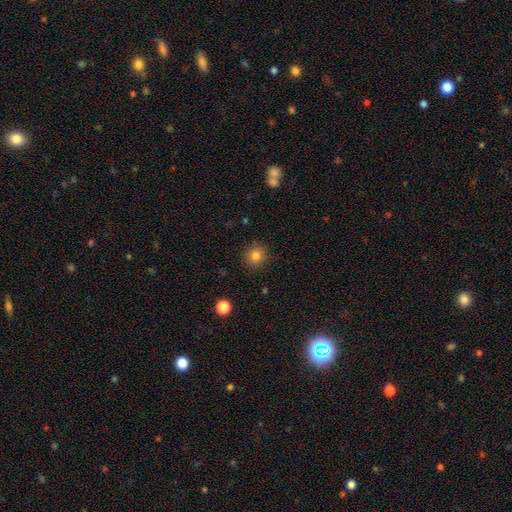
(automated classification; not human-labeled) This appears to be a smooth galaxy with no disk features (81%) that is round (90%). Merging: none (89%).